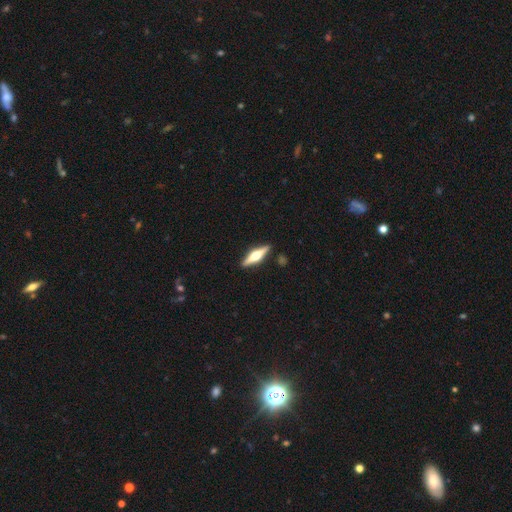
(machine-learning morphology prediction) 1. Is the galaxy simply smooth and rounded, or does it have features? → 71% featured or disk, 24% smooth, 5% star or artifact.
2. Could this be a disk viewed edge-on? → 97% yes, 3% no.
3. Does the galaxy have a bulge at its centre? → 95% rounded, 4% boxy, 2% none.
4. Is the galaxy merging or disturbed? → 89% none, 7% minor disturbance, 2% major disturbance, 2% merger.